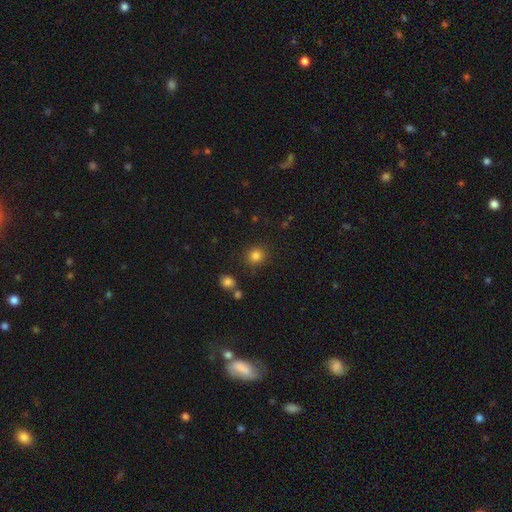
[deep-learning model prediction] smooth-or-featured: smooth: 83% | star or artifact: 12% | featured or disk: 5%
  how-rounded: round: 90% | in between: 9% | cigar-shaped: 1%
  merging: none: 86% | minor disturbance: 8% | merger: 3% | major disturbance: 3%